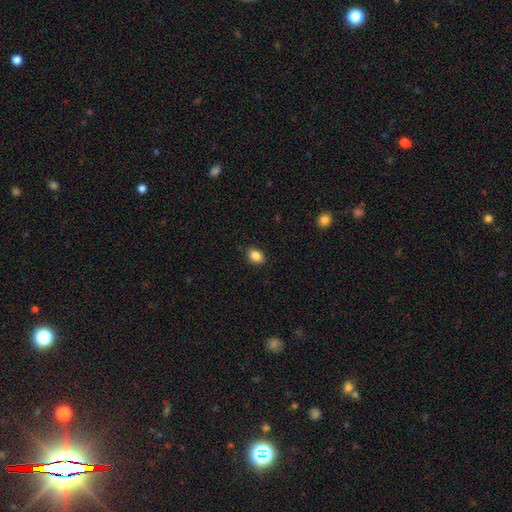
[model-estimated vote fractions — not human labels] This appears to be a smooth galaxy with no disk features (87%) that is in between round and cigar-shaped (72%). Merging: none (87%).